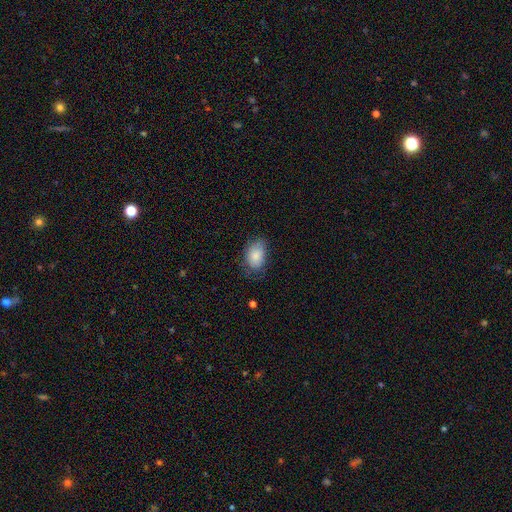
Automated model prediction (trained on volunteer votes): A smooth galaxy with no disk features (81%) that is in between round and cigar-shaped (87%). Merging: none (61%).